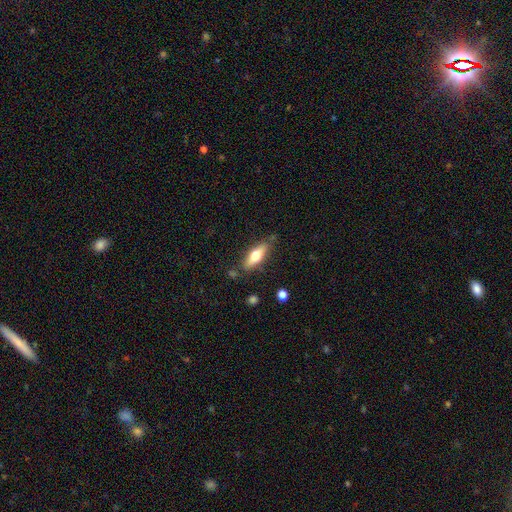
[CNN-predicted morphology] A smooth galaxy with no disk features (57%) that is in between round and cigar-shaped (53%). Merging: none (80%).